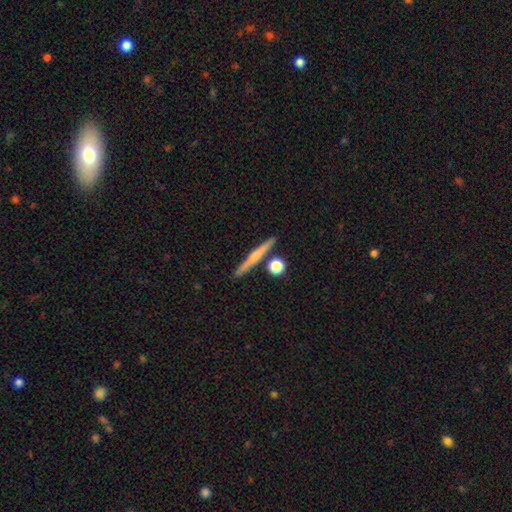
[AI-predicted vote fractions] Overall: smooth (51%; featured or disk 42%). How rounded: cigar-shaped (89%). Merging: none (84%).